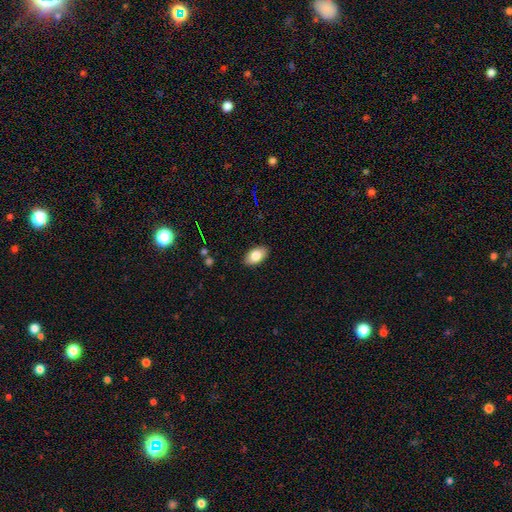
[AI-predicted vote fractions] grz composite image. It shows a smooth galaxy with no disk features (82%) that is in between round and cigar-shaped (93%). Merging: none (88%).